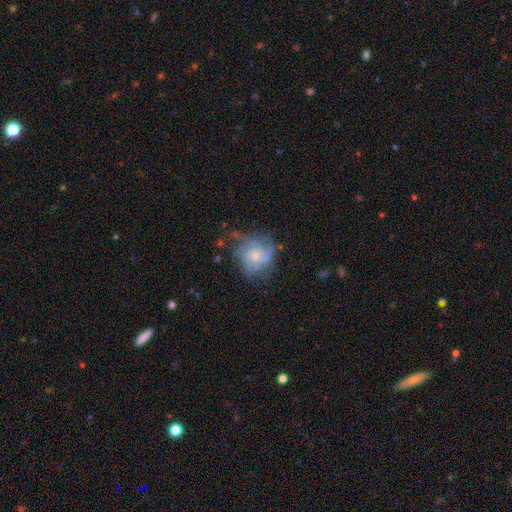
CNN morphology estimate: featured or disk 61%, smooth 29%, star or artifact 10%. Down the decision tree: edge-on disk — no (98%); bar — no (80%); spiral arms — yes (74%); bulge size — small (47%); merging — none (52%).